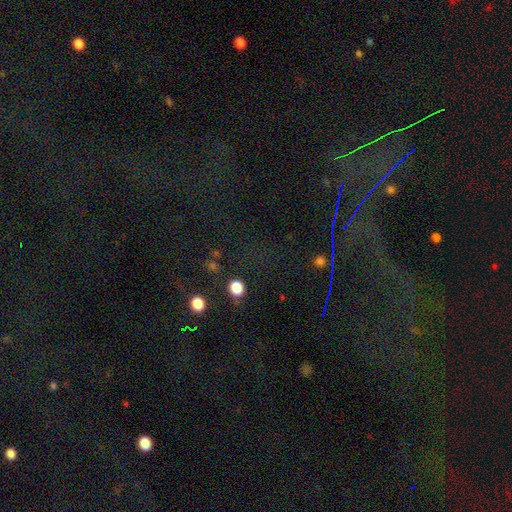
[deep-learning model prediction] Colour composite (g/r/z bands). It shows a star or artifact, not a galaxy (73%).